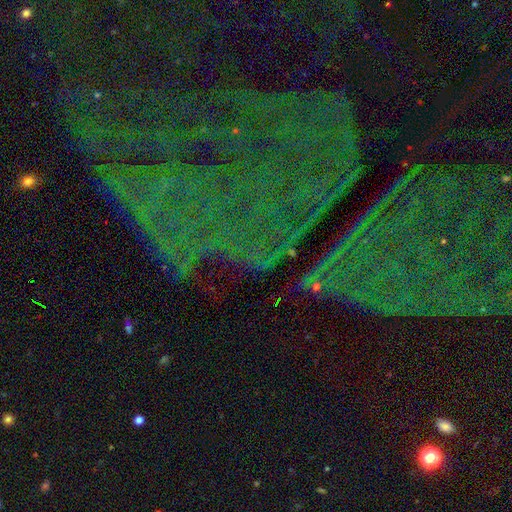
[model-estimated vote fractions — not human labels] This appears to be a star or artifact, not a galaxy (81%).